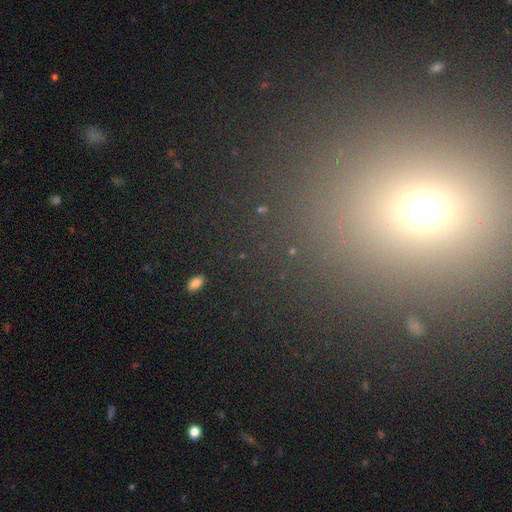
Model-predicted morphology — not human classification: Smooth or featured? smooth (49%)
Merging? none (87%)